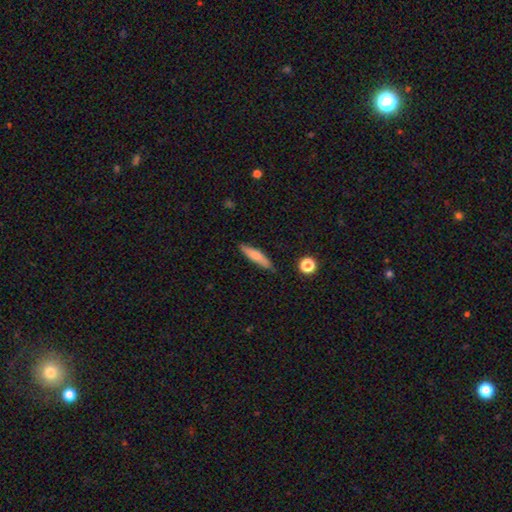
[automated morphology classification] smooth_or_featured: smooth (p=0.71) [alt: featured or disk p=0.22]
how_rounded: cigar-shaped (p=0.78) [alt: in between p=0.20]
merging: none (p=0.82) [alt: minor disturbance p=0.14]